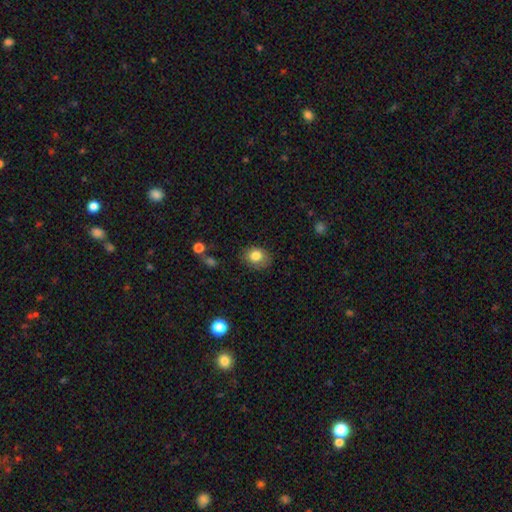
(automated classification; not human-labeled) Overall: smooth (82%). How rounded: in between (53%; round 46%). Merging: none (77%).